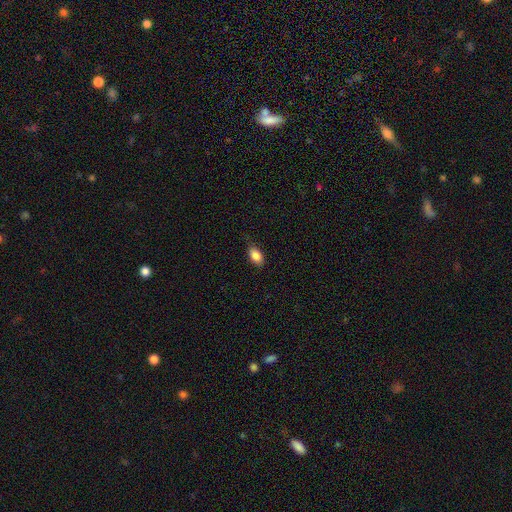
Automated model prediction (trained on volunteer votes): A smooth galaxy with no disk features (86%) that is in between round and cigar-shaped (90%). Merging: none (79%).